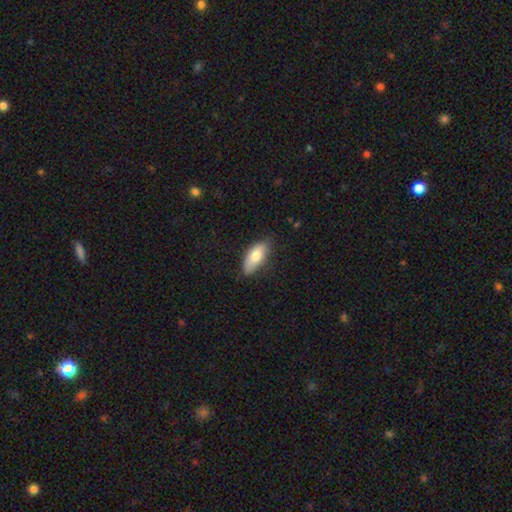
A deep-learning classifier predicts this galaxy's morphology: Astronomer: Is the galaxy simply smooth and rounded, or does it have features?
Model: smooth — 76%.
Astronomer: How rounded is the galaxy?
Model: in between — 81%.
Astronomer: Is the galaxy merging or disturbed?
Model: none — 74%.